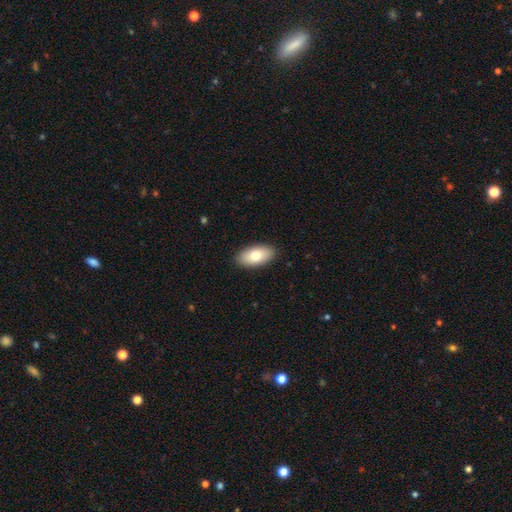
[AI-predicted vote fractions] smooth 77%, featured or disk 17%, star or artifact 6%. Down the decision tree: how rounded — in between (94%); merging — none (90%).